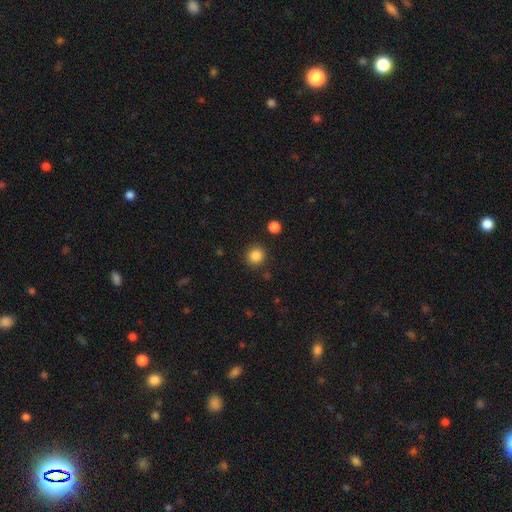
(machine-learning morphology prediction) Smooth or featured: smooth — 86% (star or artifact — 11%)
How rounded: round — 93% (in between — 6%)
Merging: none — 90% (minor disturbance — 6%)